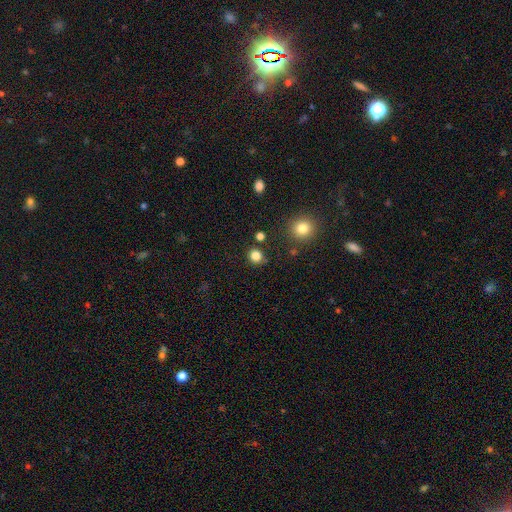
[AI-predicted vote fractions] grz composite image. It shows a smooth galaxy with no disk features (83%) that is round (87%). Merging: none (86%).